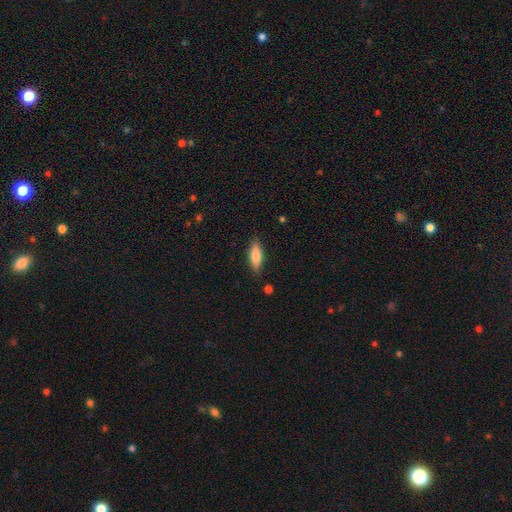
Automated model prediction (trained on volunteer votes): The model was most divided on "how rounded": in between: 56%, cigar-shaped: 42%, round: 2%. More confident: merging — none (85%); smooth or featured — smooth (76%).